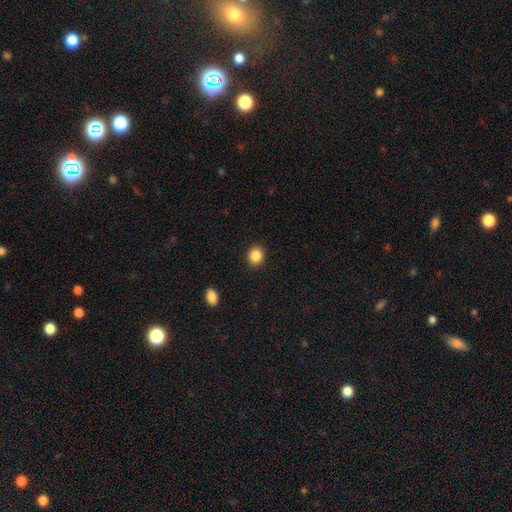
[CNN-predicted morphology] Q: Smooth or featured?
A: smooth (87%); runner-up: star or artifact (9%)
Q: How rounded?
A: round (71%); runner-up: in between (28%)
Q: Merging?
A: none (90%); runner-up: minor disturbance (7%)